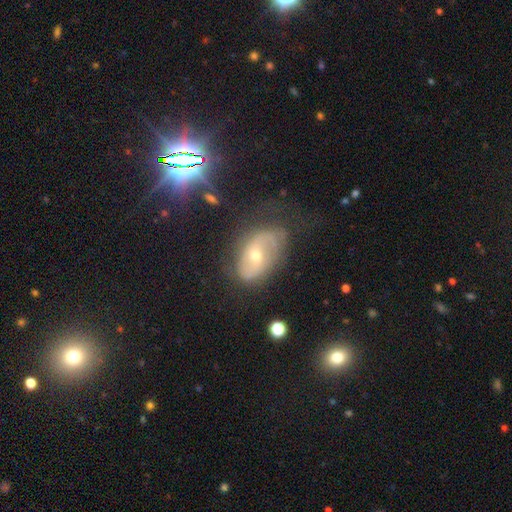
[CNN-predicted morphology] Smooth or featured: featured or disk — 67% (smooth — 21%)
Edge-on disk: no — 94% (yes — 6%)
Bar: no — 56% (weak — 32%)
Spiral arms: yes — 80% (no — 20%)
Spiral winding: medium — 40% (loose — 35%)
Spiral arm count: 2 — 67% (can't tell — 19%)
Bulge size: small — 49% (moderate — 47%)
Merging: none — 55% (minor disturbance — 26%)